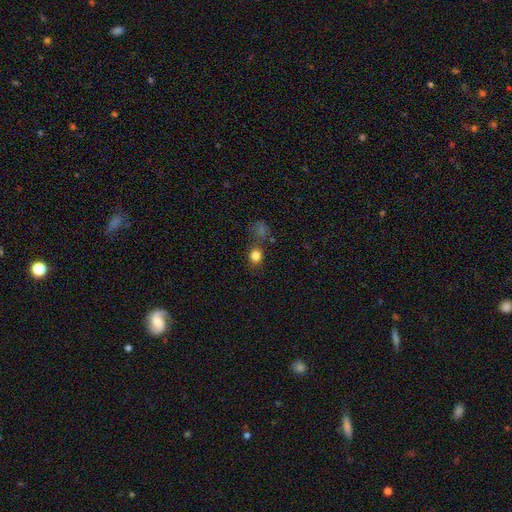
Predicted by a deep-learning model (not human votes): Smooth or featured? smooth (80%)
How rounded? round (72%)
Merging? none (68%)